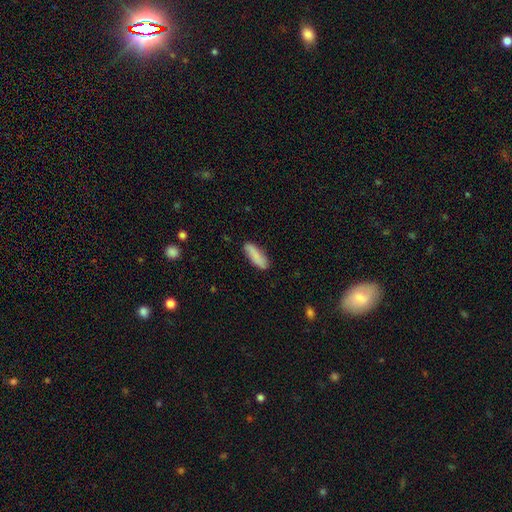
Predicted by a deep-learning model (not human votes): A smooth galaxy with no disk features (84%) that is cigar-shaped (51%). Merging: none (84%).